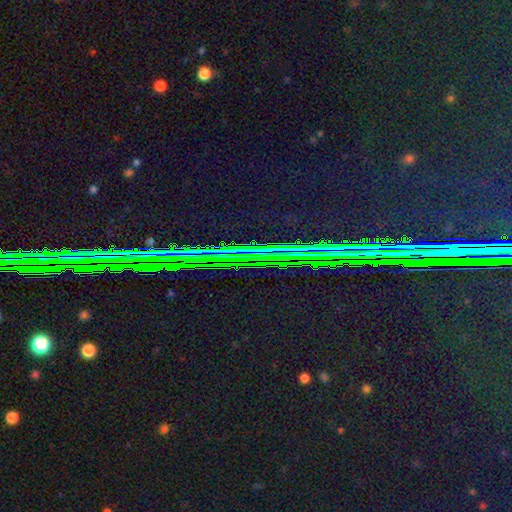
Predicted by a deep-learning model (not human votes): Q: Smooth or featured?
A: star or artifact (87%); runner-up: smooth (6%)